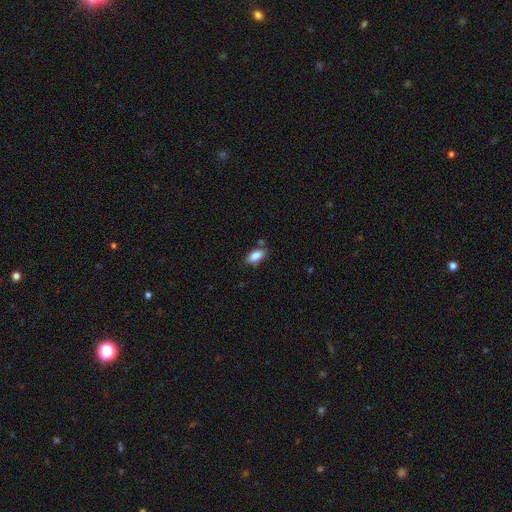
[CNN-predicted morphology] This is clearly a smooth galaxy (84%). How rounded: clearly in between (91%). Merging: likely none (75%).